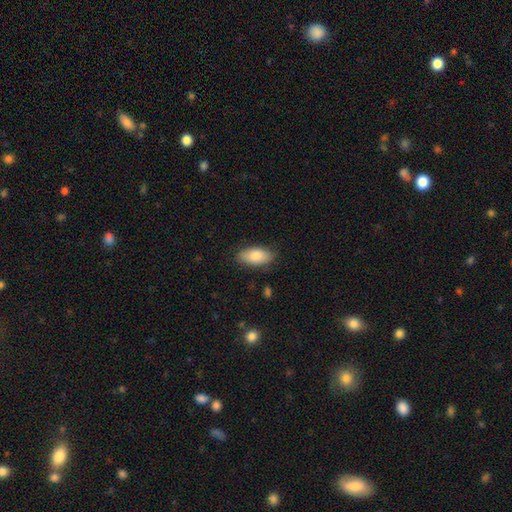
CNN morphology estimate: This is clearly a smooth galaxy (83%). How rounded: clearly in between (92%). Merging: clearly none (84%).